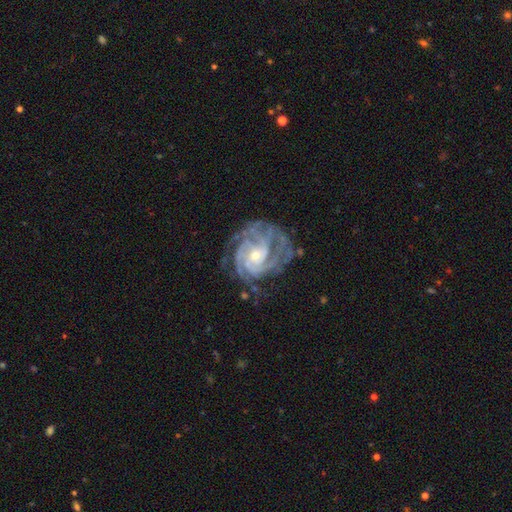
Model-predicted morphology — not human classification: Smooth or featured?
  - featured or disk: 90% *
  - star or artifact: 6%
  - smooth: 4%
Edge-on disk?
  - no: 98% *
  - yes: 2%
Bar?
  - no: 66% *
  - weak: 25%
  - strong: 9%
Spiral arms?
  - yes: 98% *
  - no: 2%
Spiral winding?
  - tight: 72% *
  - medium: 24%
  - loose: 3%
Spiral arm count?
  - 4: 30% *
  - 3: 24%
  - can't tell: 17%
  - 2: 12%
  - more than 4: 11%
  - 1: 7%
Bulge size?
  - small: 65% *
  - moderate: 32%
  - large: 1%
  - none: 1%
  - dominant: 1%
Merging?
  - none: 70% *
  - minor disturbance: 19%
  - major disturbance: 10%
  - merger: 2%